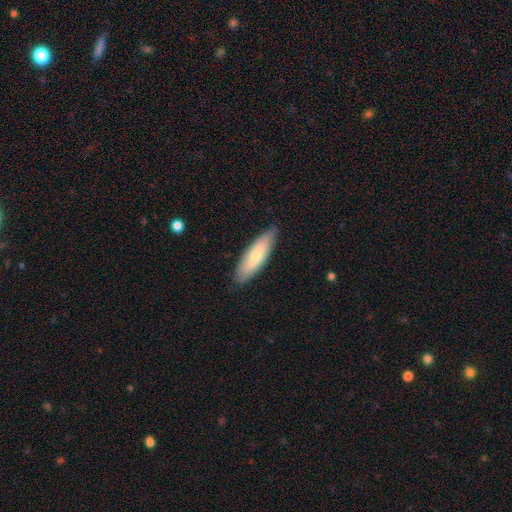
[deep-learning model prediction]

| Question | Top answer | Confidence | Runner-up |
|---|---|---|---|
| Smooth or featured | smooth | 70% | featured or disk (24%) |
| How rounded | cigar-shaped | 53% | in between (45%) |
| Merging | none | 84% | minor disturbance (13%) |